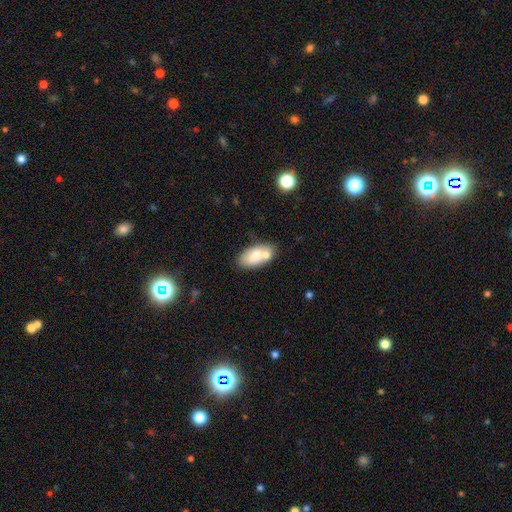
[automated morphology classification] The model was most divided on "merging": none: 57%, merger: 24%, minor disturbance: 15%, major disturbance: 4%. More confident: how rounded — in between (92%); smooth or featured — smooth (75%).